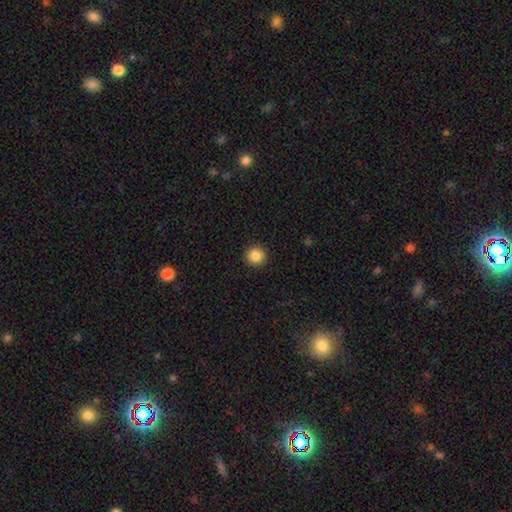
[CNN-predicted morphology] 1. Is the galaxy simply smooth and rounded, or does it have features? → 86% smooth, 10% star or artifact, 4% featured or disk.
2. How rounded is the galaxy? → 95% round, 4% in between, 1% cigar-shaped.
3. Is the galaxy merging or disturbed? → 92% none, 5% minor disturbance, 2% major disturbance, 1% merger.